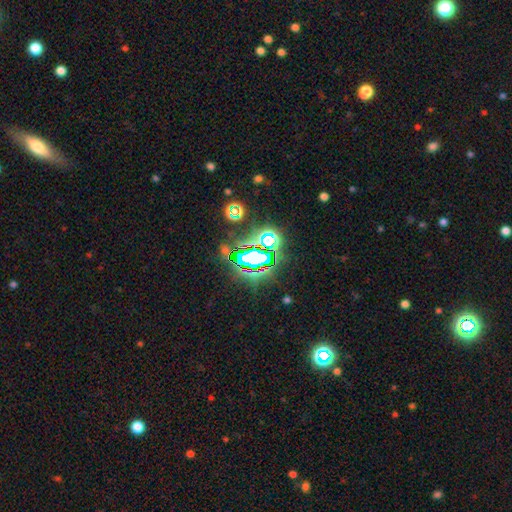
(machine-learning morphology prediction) Smooth or featured?
  - star or artifact: 79% *
  - smooth: 12%
  - featured or disk: 8%